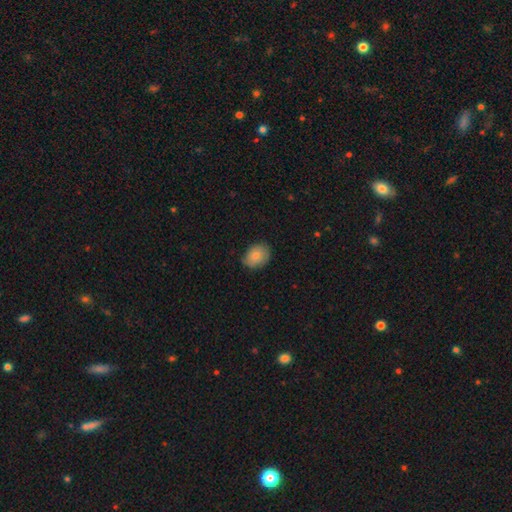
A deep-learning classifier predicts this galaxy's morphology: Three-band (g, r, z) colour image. It shows a smooth galaxy with no disk features (83%) that is in between round and cigar-shaped (60%). Merging: none (71%).